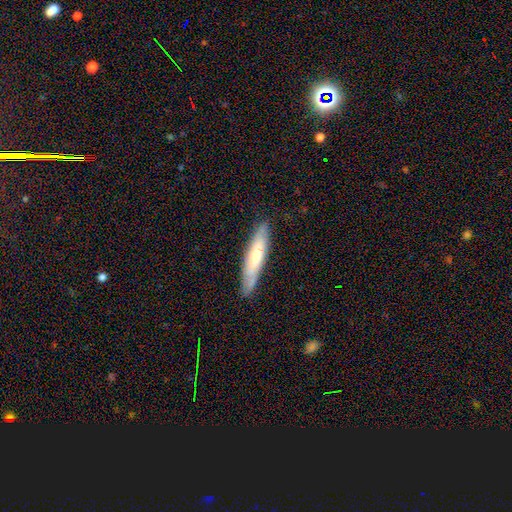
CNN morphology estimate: This is possibly a smooth galaxy (54%). How rounded: clearly cigar-shaped (84%). Merging: clearly none (86%).